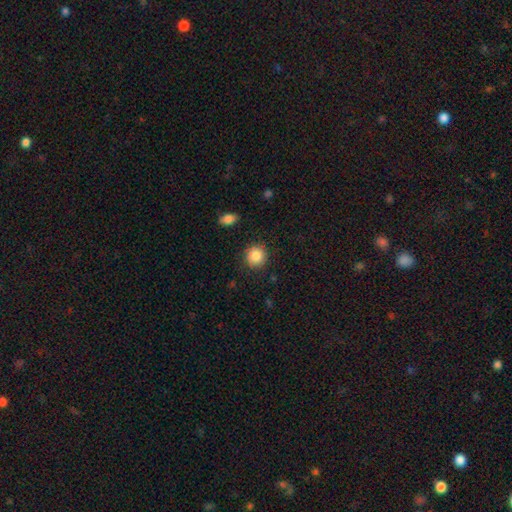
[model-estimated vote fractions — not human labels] Smooth or featured? smooth (86%)
How rounded? round (90%)
Merging? none (87%)